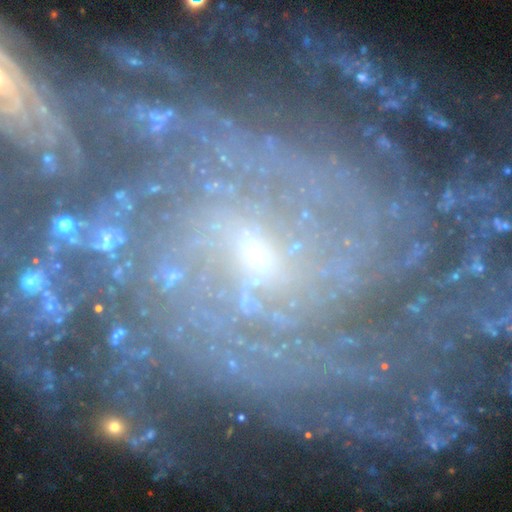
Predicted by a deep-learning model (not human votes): Smooth or featured? featured or disk (87%)
Edge-on disk? no (98%)
Bar? weak (45%)
Spiral arms? yes (97%)
Spiral winding? tight (62%)
Spiral arm count? can't tell (27%)
Bulge size? small (77%)
Merging? none (63%)